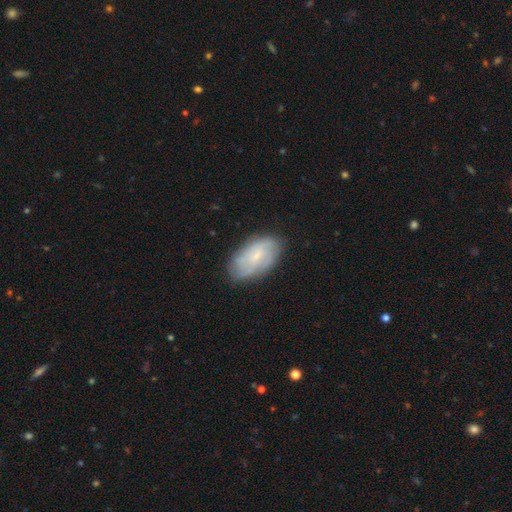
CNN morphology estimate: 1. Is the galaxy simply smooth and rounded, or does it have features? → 50% smooth, 42% featured or disk, 8% star or artifact.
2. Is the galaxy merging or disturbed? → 77% none, 18% minor disturbance, 4% major disturbance, 1% merger.